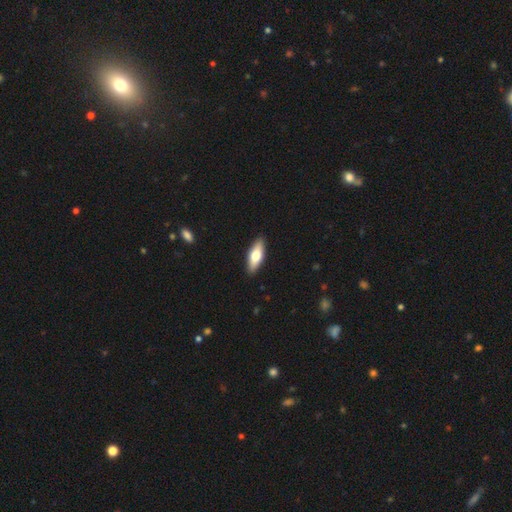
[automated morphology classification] This is likely a smooth galaxy (66%). How rounded: likely in between (66%). Merging: clearly none (90%).